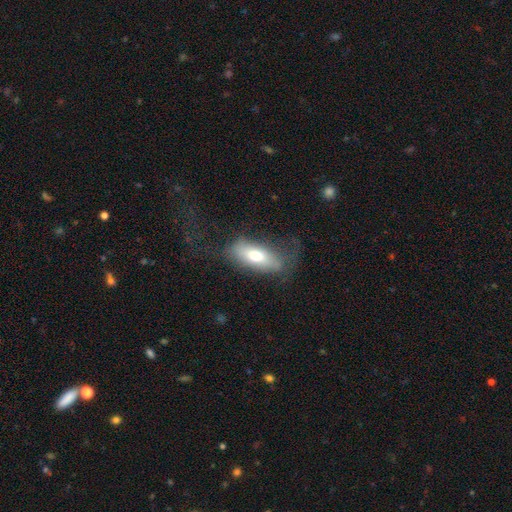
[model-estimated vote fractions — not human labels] A smooth galaxy with no disk features (66%) that is in between round and cigar-shaped (75%).

Vote fractions:
- Smooth or featured? smooth: 66% / featured or disk: 27% / star or artifact: 7%
- How rounded? in between: 75% / cigar-shaped: 22% / round: 3%
- Merging? none: 49% / minor disturbance: 25% / major disturbance: 24% / merger: 2%